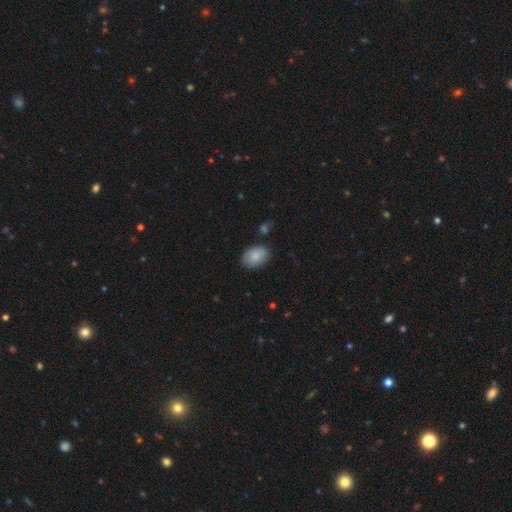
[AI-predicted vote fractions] Q: Smooth or featured?
A: smooth (85%); runner-up: featured or disk (8%)
Q: How rounded?
A: in between (88%); runner-up: round (11%)
Q: Merging?
A: none (81%); runner-up: minor disturbance (14%)